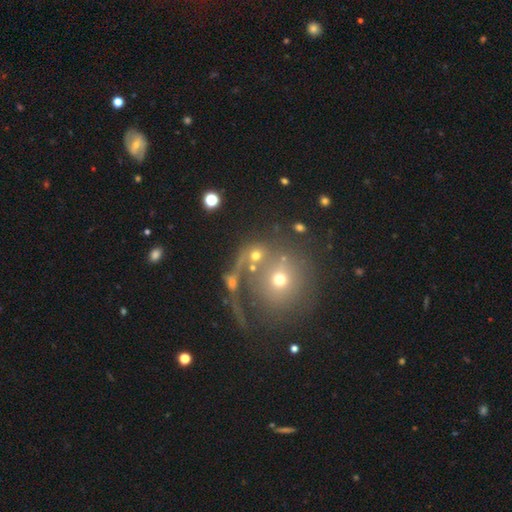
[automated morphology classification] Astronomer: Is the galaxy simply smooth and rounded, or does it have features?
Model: smooth — 54%.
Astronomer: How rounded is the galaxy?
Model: round — 84%.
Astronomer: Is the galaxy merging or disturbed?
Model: none — 45% (runner-up: merger, 29%).